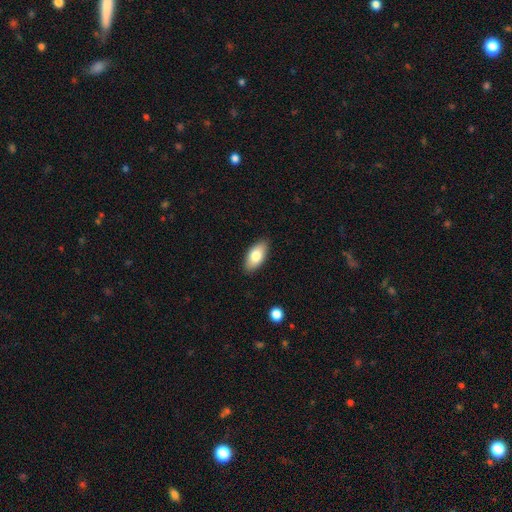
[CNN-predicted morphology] Smooth or featured?
  - smooth: 79% *
  - featured or disk: 15%
  - star or artifact: 6%
How rounded?
  - in between: 91% *
  - cigar-shaped: 6%
  - round: 3%
Merging?
  - none: 88% *
  - minor disturbance: 9%
  - major disturbance: 2%
  - merger: 1%